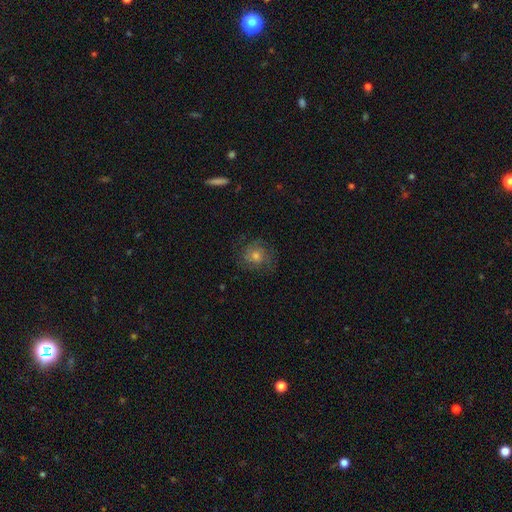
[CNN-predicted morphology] Overall: featured or disk (42%, tied with smooth). Merging: none (74%).